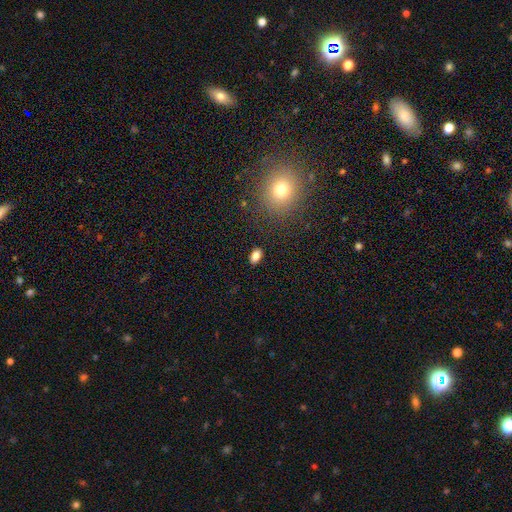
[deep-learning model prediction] Smooth or featured?
  - smooth: 83% *
  - star or artifact: 11%
  - featured or disk: 6%
How rounded?
  - in between: 86% *
  - round: 12%
  - cigar-shaped: 2%
Merging?
  - none: 87% *
  - minor disturbance: 9%
  - major disturbance: 3%
  - merger: 2%